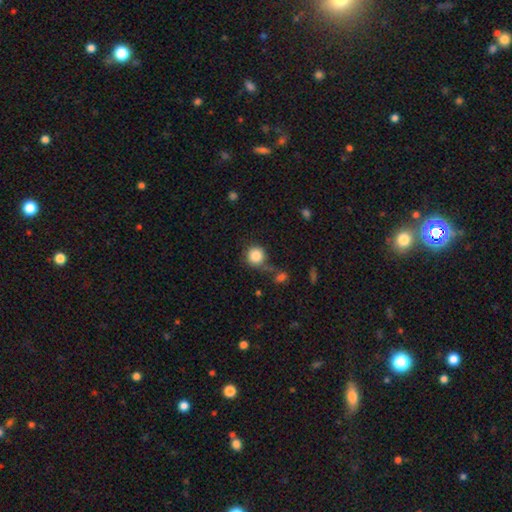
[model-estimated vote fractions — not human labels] A smooth galaxy with no disk features (85%) that is round (93%).

Vote fractions:
- Smooth or featured? smooth: 85% / star or artifact: 9% / featured or disk: 5%
- How rounded? round: 93% / in between: 6% / cigar-shaped: 1%
- Merging? none: 66% / minor disturbance: 17% / merger: 10% / major disturbance: 8%